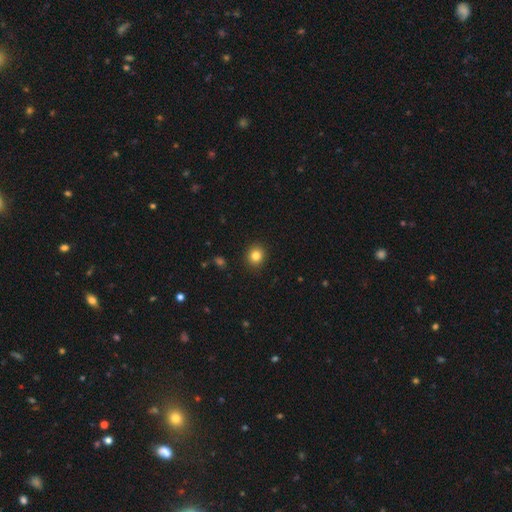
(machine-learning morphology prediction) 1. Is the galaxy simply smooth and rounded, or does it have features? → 83% smooth, 11% star or artifact, 6% featured or disk.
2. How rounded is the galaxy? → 82% round, 17% in between, 1% cigar-shaped.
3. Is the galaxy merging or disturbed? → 91% none, 6% minor disturbance, 2% major disturbance, 1% merger.